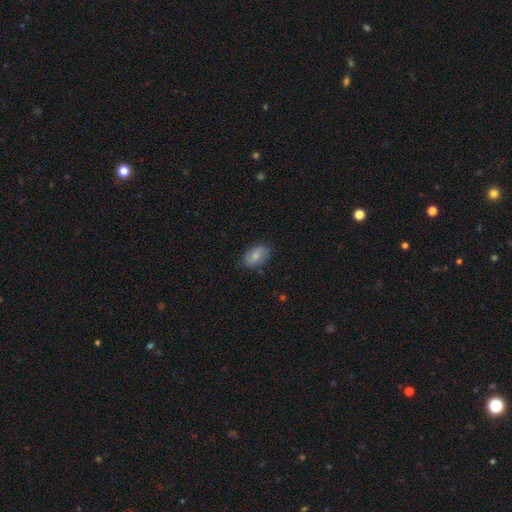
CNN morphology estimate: This appears to be a smooth galaxy with no disk features (66%) that is in between round and cigar-shaped (89%). Merging: none (77%).